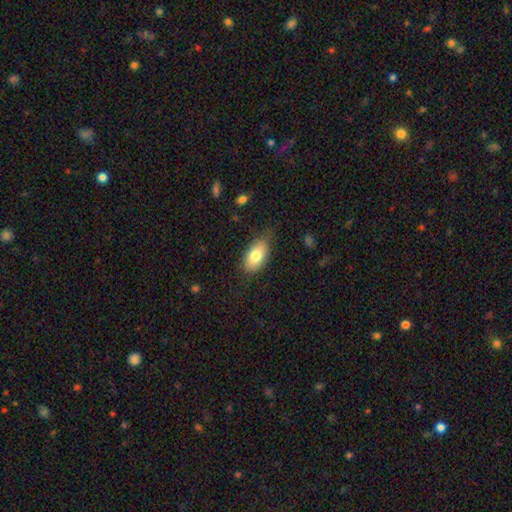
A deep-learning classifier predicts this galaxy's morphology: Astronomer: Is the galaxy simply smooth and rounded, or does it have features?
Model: smooth — 80%.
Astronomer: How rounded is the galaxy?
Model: in between — 92%.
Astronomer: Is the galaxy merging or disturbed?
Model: none — 69%.